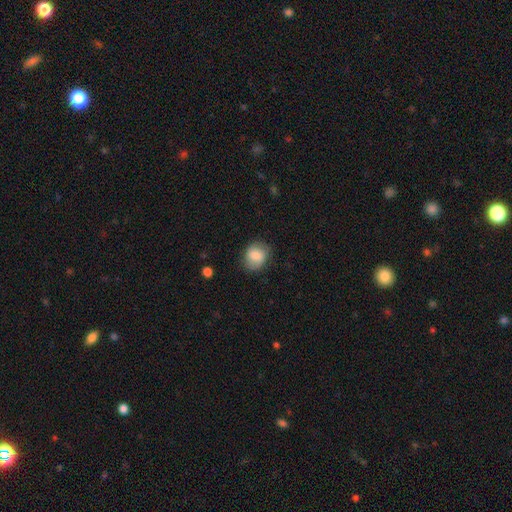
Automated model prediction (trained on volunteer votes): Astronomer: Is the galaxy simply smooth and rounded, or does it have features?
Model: smooth — 77%.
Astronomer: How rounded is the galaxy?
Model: round — 58% (runner-up: in between, 42%).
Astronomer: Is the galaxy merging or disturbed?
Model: none — 73%.